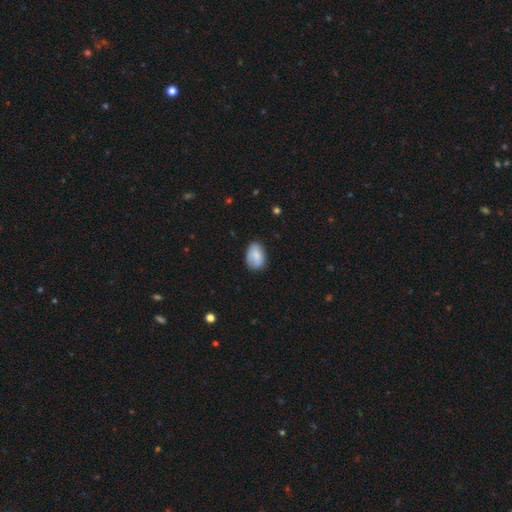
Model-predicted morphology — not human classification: smooth-or-featured: smooth: 80% | featured or disk: 13% | star or artifact: 7%
  how-rounded: in between: 85% | round: 14% | cigar-shaped: 1%
  merging: none: 73% | minor disturbance: 22% | major disturbance: 4% | merger: 1%